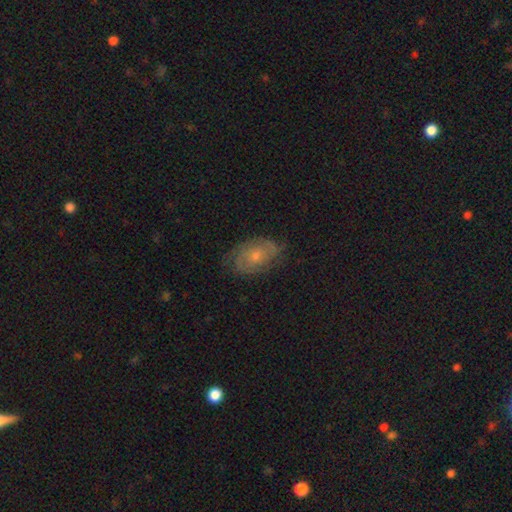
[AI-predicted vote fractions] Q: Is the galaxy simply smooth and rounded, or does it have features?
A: featured or disk — 66%.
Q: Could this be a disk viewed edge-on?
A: no — 95%.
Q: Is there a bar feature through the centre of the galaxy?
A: no — 78%.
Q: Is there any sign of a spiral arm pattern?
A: yes — 84%.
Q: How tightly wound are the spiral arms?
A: tight — 56%.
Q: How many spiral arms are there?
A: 2 — 46%.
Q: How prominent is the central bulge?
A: small — 51%.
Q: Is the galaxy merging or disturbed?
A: none — 74%.